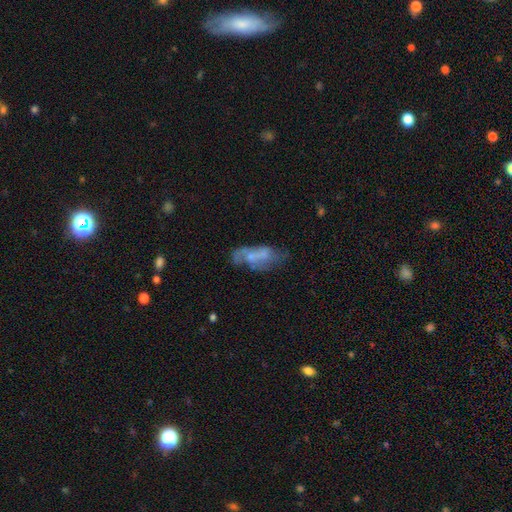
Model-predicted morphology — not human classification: A featured or disk galaxy (49%). Merging: none (43%).